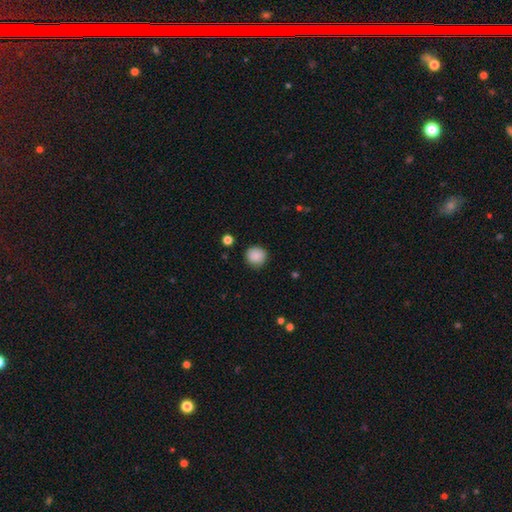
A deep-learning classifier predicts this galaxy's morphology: This appears to be a smooth galaxy with no disk features (88%) that is round (91%). Merging: none (87%).